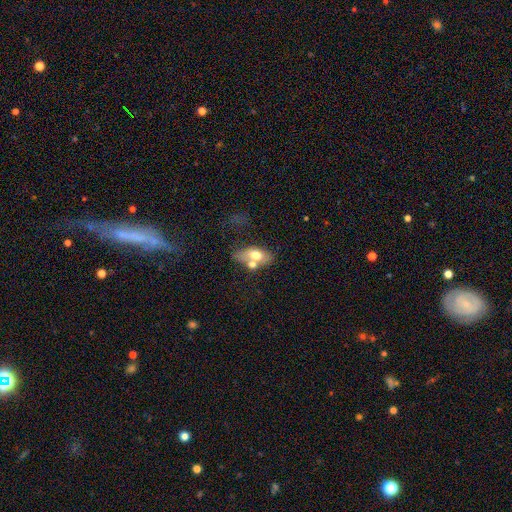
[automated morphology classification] This appears to be a smooth galaxy with no disk features (61%) that is in between round and cigar-shaped (82%). Merging: merger (45%).